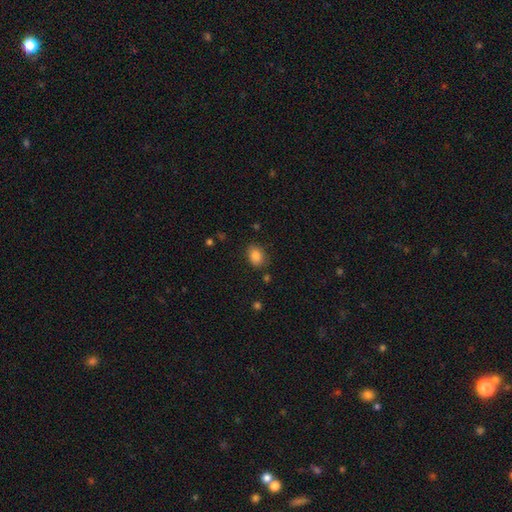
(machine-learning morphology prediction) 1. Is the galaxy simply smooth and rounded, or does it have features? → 85% smooth, 9% star or artifact, 6% featured or disk.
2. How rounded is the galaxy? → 64% in between, 35% round, 1% cigar-shaped.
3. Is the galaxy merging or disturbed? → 81% none, 14% minor disturbance, 3% major disturbance, 2% merger.